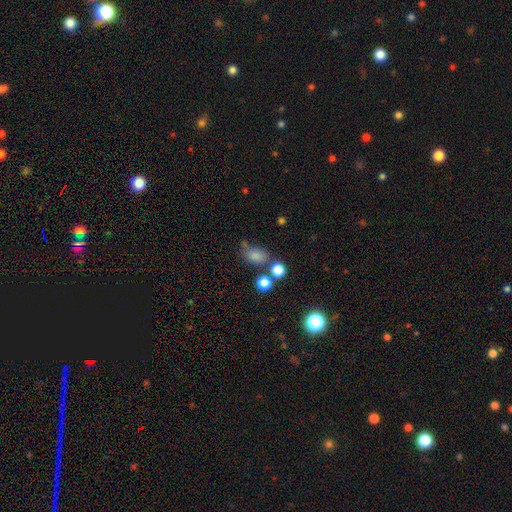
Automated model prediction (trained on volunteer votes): Smooth or featured: smooth — 79% (star or artifact — 13%)
How rounded: in between — 75% (round — 23%)
Merging: none — 59% (minor disturbance — 17%)